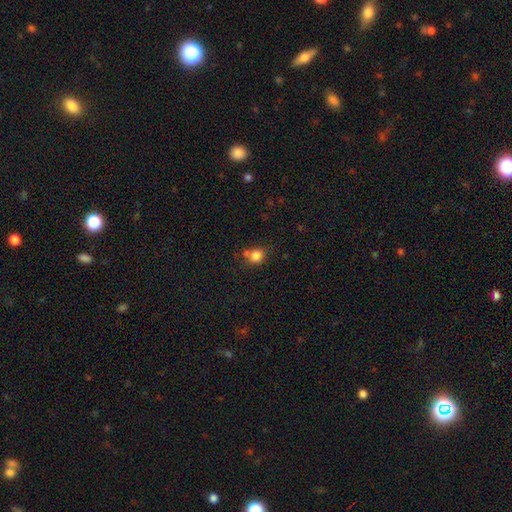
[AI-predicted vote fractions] Smooth or featured: smooth — 82% (star or artifact — 12%)
How rounded: round — 75% (in between — 24%)
Merging: none — 59% (merger — 22%)